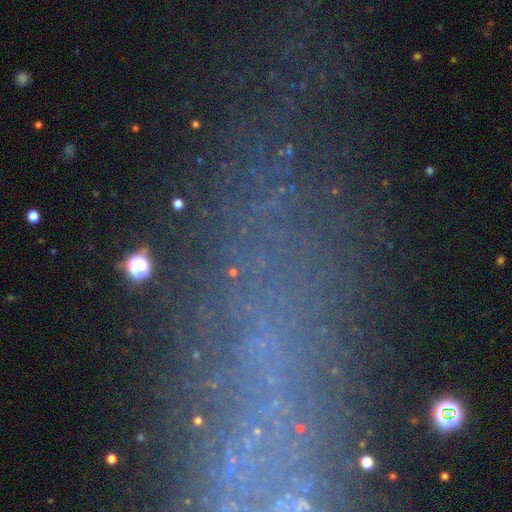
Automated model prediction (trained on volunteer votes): The model was most divided on "smooth or featured": star or artifact: 51%, featured or disk: 28%, smooth: 21%.